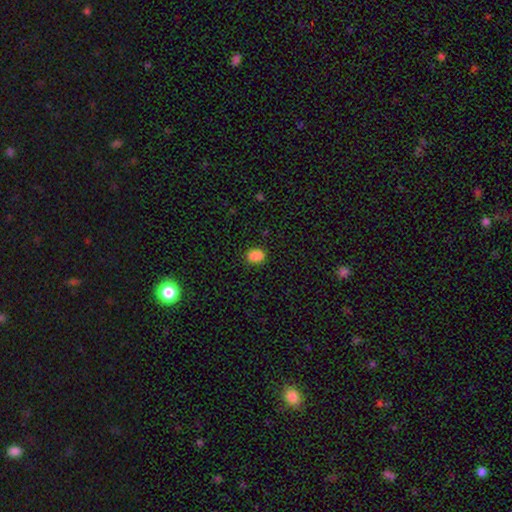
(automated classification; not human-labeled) This appears to be a smooth galaxy with no disk features (81%) that is in between round and cigar-shaped (54%). Merging: none (58%).